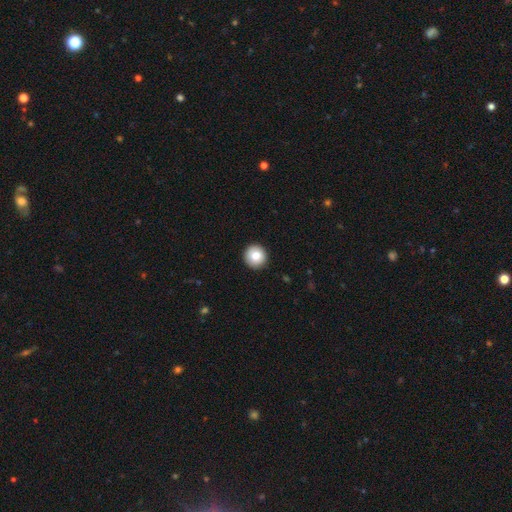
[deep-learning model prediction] Smooth or featured: smooth — 82% (featured or disk — 10%)
How rounded: round — 96% (in between — 4%)
Merging: none — 93% (minor disturbance — 5%)